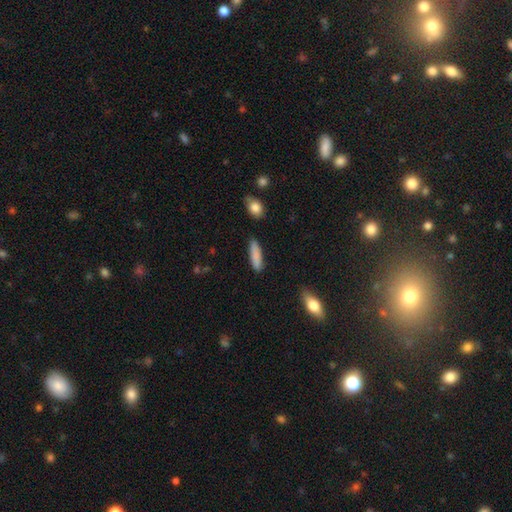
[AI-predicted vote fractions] Q: Smooth or featured?
A: smooth (86%); runner-up: featured or disk (8%)
Q: How rounded?
A: cigar-shaped (68%); runner-up: in between (30%)
Q: Merging?
A: none (84%); runner-up: minor disturbance (11%)